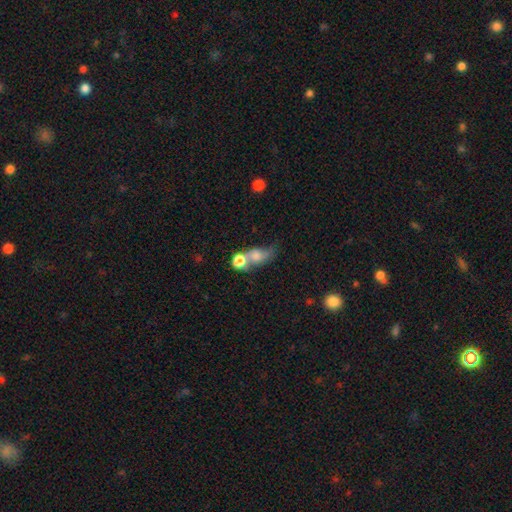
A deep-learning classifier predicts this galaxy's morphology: Smooth or featured? Predicted: smooth (p=0.56). How rounded? Predicted: in between (p=0.58). Merging? Predicted: merger (p=0.40).